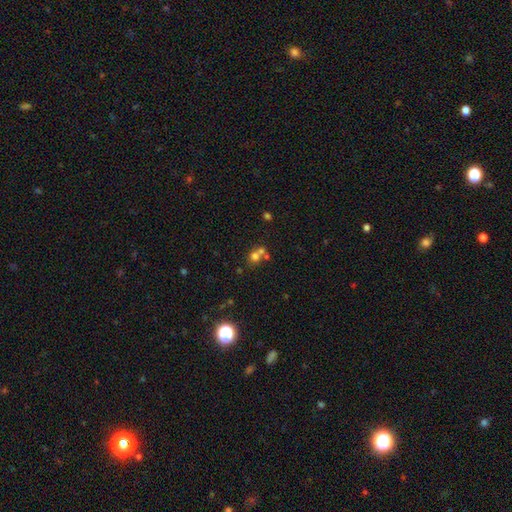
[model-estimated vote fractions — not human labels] Smooth or featured: smooth — 64% (star or artifact — 22%)
How rounded: round — 80% (in between — 19%)
Merging: merger — 46% (none — 44%)